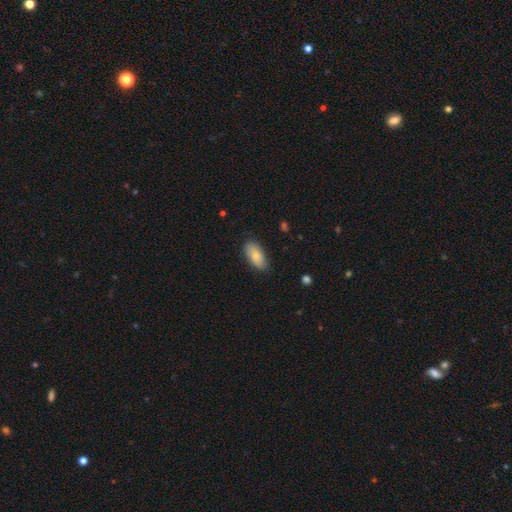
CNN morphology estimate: smooth_or_featured: smooth (p=0.79) [alt: featured or disk p=0.15]
how_rounded: in between (p=0.91) [alt: cigar-shaped p=0.06]
merging: none (p=0.81) [alt: minor disturbance p=0.15]